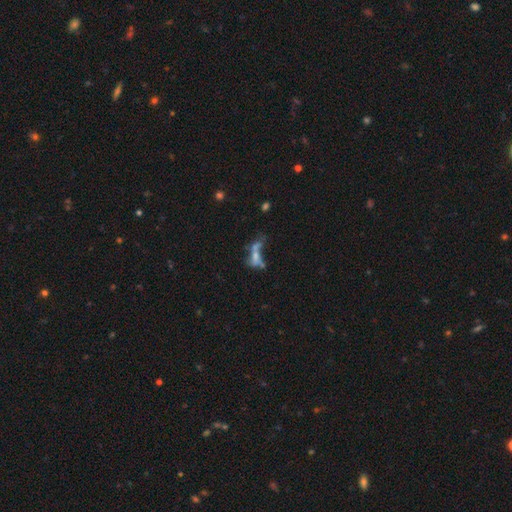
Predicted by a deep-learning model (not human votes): Smooth or featured? featured or disk (43%)
Merging? merger (45%)